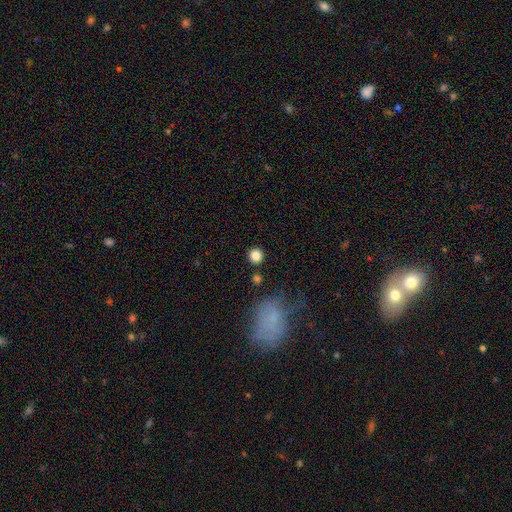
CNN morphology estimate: smooth_or_featured: smooth (p=0.84) [alt: star or artifact p=0.11]
how_rounded: round (p=0.92) [alt: in between p=0.07]
merging: none (p=0.86) [alt: minor disturbance p=0.06]